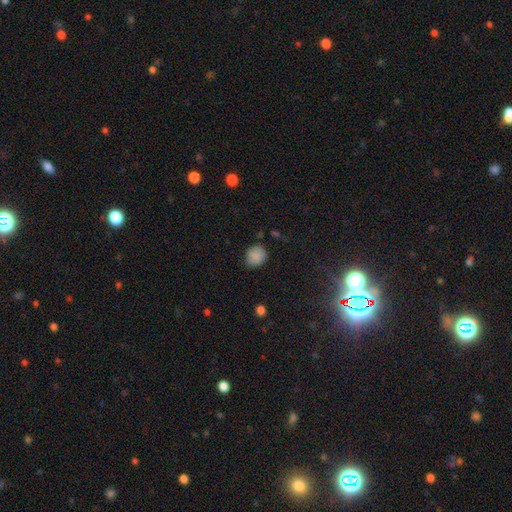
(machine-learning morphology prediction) The model was most divided on "how rounded": round: 80%, in between: 19%, cigar-shaped: 1%. More confident: smooth or featured — smooth (85%); merging — none (79%).